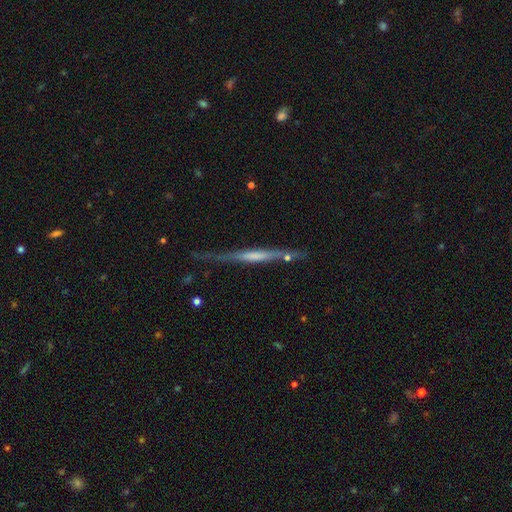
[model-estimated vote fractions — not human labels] smooth-or-featured: featured or disk: 66% | smooth: 27% | star or artifact: 6%
  disk-edge-on: yes: 95% | no: 5%
    edge-on-bulge: none: 59% | boxy: 21% | rounded: 20%
  merging: none: 72% | minor disturbance: 19% | major disturbance: 5% | merger: 4%